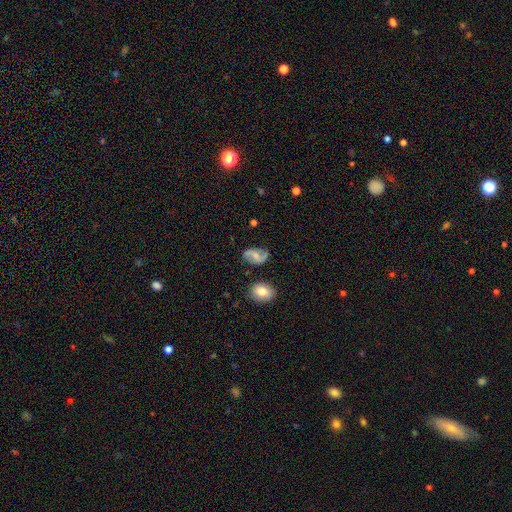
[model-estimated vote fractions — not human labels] This appears to be a featured or disk galaxy (67%) with no bar (43%, tied with weak), 2 (89%) loose (54%) spiral arms (91%) and a small central bulge (47%). Merging: none (71%).